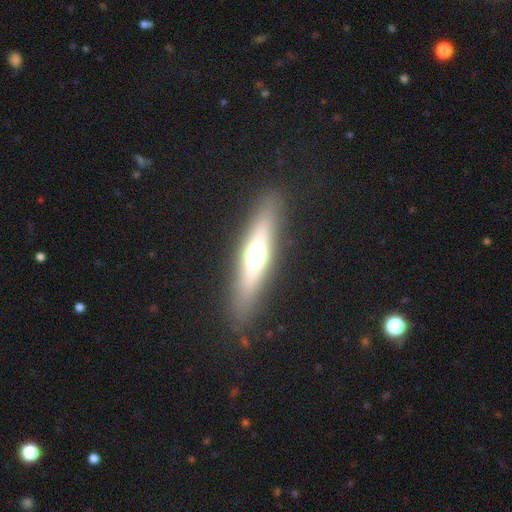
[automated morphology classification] This appears to be a featured or disk galaxy (47%). Merging: none (88%).